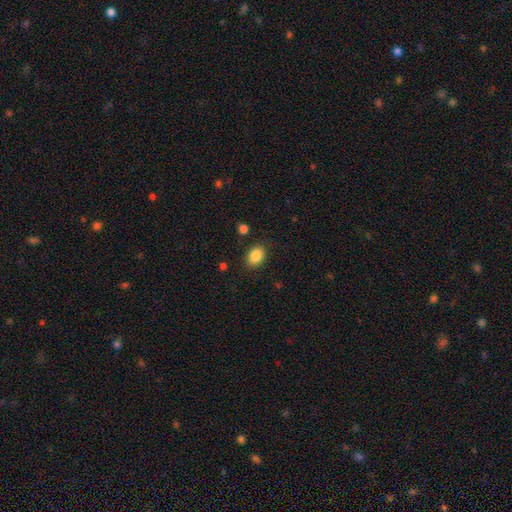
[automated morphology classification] A smooth galaxy with no disk features (87%) that is in between round and cigar-shaped (76%).

Vote fractions:
- Smooth or featured? smooth: 87% / star or artifact: 8% / featured or disk: 5%
- How rounded? in between: 76% / round: 23% / cigar-shaped: 1%
- Merging? none: 85% / minor disturbance: 10% / major disturbance: 3% / merger: 2%